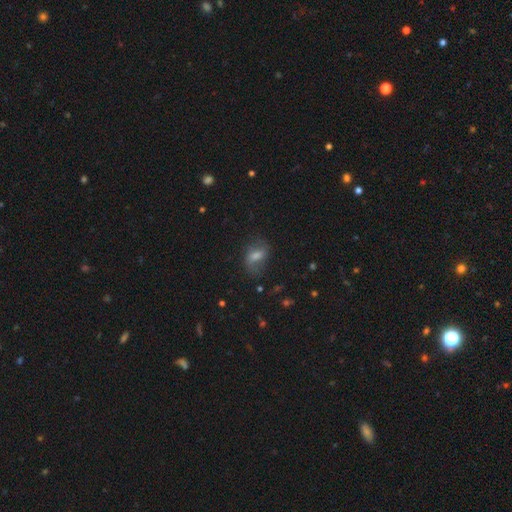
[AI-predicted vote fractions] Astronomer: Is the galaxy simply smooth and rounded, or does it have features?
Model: smooth — 56% (runner-up: featured or disk, 32%).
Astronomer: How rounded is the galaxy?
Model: in between — 80%.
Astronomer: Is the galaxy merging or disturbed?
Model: none — 57%.